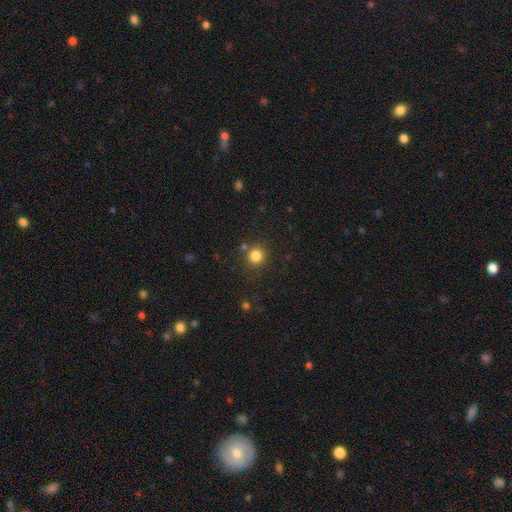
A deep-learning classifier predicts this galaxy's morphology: Smooth or featured? Predicted: smooth (p=0.82). How rounded? Predicted: round (p=0.90). Merging? Predicted: none (p=0.81).